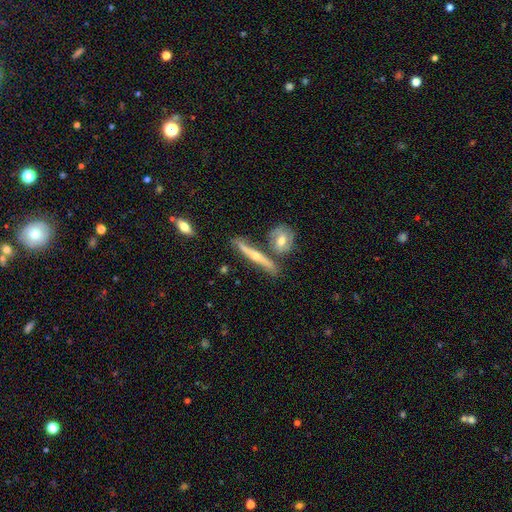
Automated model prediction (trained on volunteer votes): Q: Smooth or featured?
A: featured or disk (69%); runner-up: smooth (25%)
Q: Edge-on disk?
A: yes (88%); runner-up: no (12%)
Q: Edge-on bulge?
A: rounded (84%); runner-up: none (12%)
Q: Merging?
A: none (67%); runner-up: merger (15%)